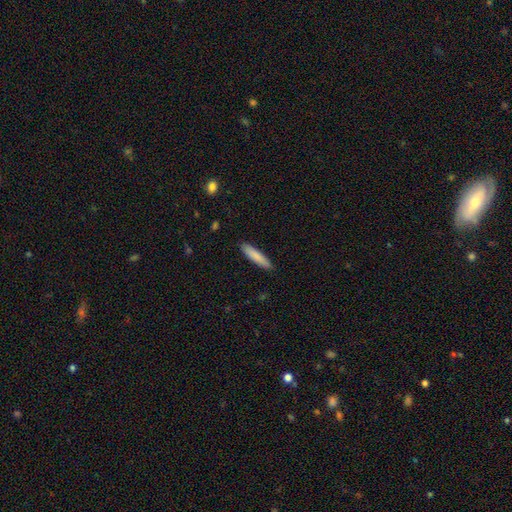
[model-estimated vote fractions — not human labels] A smooth galaxy with no disk features (84%) that is cigar-shaped (83%).

Vote fractions:
- Smooth or featured? smooth: 84% / featured or disk: 10% / star or artifact: 5%
- How rounded? cigar-shaped: 83% / in between: 16% / round: 1%
- Merging? none: 89% / minor disturbance: 8% / major disturbance: 2% / merger: 1%